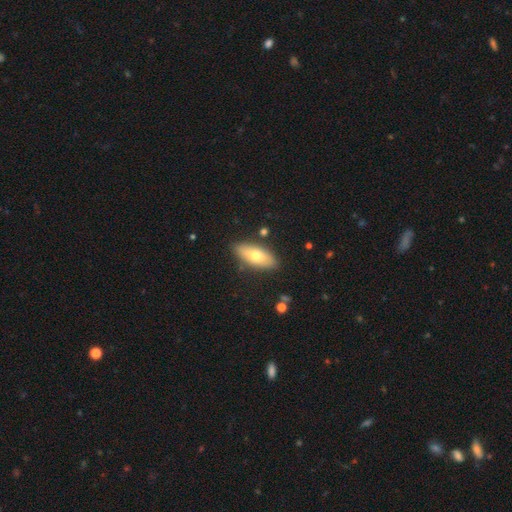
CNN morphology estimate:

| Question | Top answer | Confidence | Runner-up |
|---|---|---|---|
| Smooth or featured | smooth | 67% | featured or disk (27%) |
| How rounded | in between | 76% | cigar-shaped (21%) |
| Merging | none | 85% | minor disturbance (10%) |